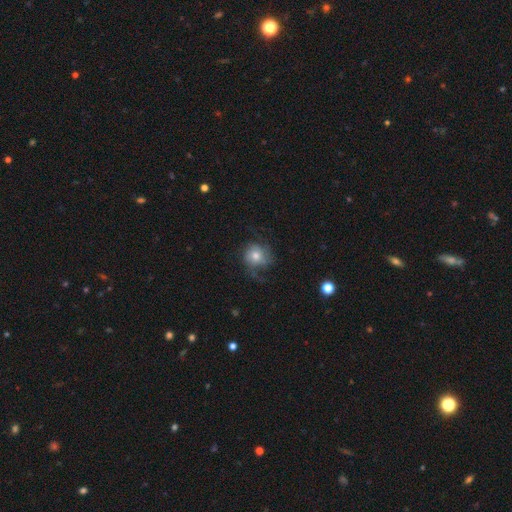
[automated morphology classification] type=featured or disk (46%); merging=none (53%).